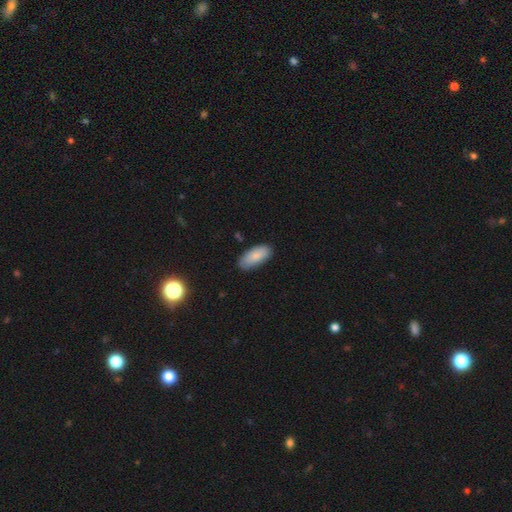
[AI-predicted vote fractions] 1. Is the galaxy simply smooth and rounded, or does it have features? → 86% smooth, 8% featured or disk, 6% star or artifact.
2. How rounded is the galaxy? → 90% in between, 9% cigar-shaped, 2% round.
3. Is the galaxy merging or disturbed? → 83% none, 13% minor disturbance, 2% major disturbance, 1% merger.